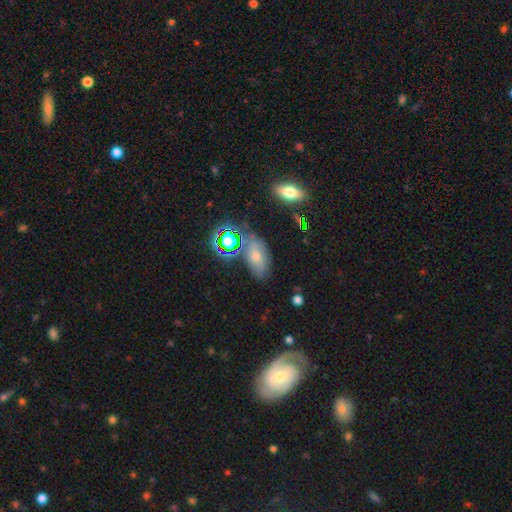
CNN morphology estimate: Q: Smooth or featured?
A: smooth (36%); runner-up: featured or disk (34%)
Q: Merging?
A: none (67%); runner-up: minor disturbance (19%)